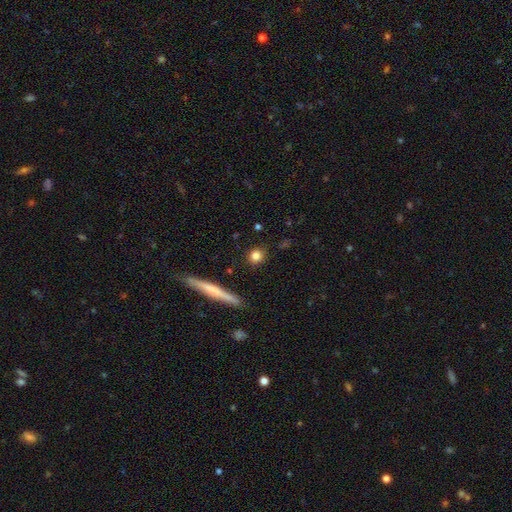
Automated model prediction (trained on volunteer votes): Smooth or featured? smooth (82%)
How rounded? round (79%)
Merging? none (88%)